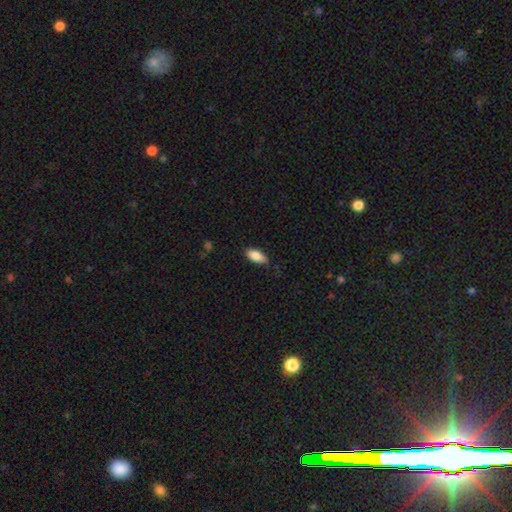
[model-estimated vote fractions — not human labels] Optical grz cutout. It shows a smooth galaxy with no disk features (86%) that is in between round and cigar-shaped (86%). Merging: none (82%).